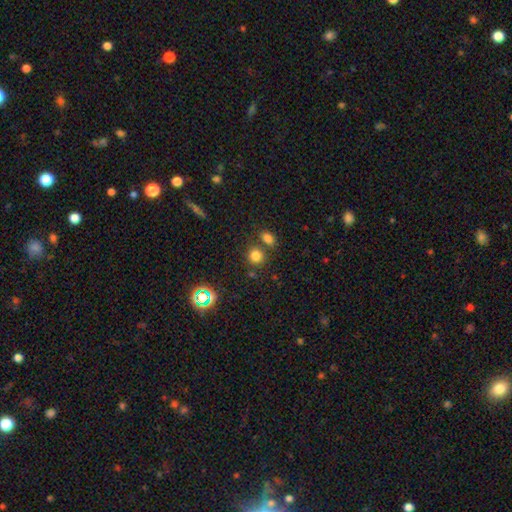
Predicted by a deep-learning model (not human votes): Smooth or featured? Predicted: smooth (p=0.76). How rounded? Predicted: round (p=0.81). Merging? Predicted: none (p=0.65).